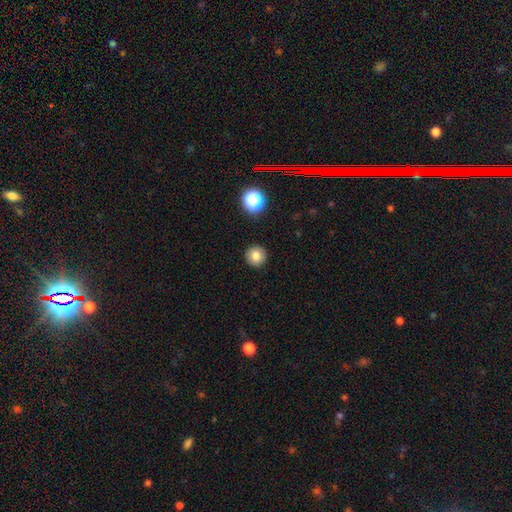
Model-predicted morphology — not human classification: Overall: smooth (81%). How rounded: round (95%). Merging: none (92%).